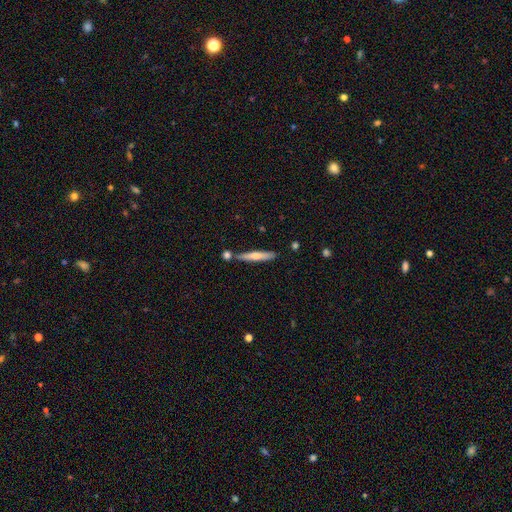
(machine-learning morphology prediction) A smooth galaxy with no disk features (47%, tied with featured or disk). Merging: none (81%).